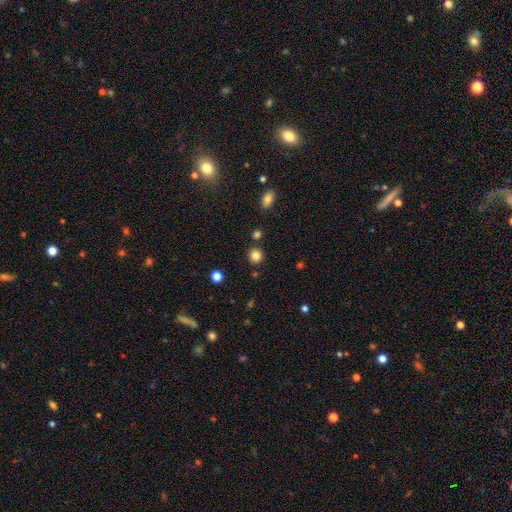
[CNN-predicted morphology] This appears to be a smooth galaxy with no disk features (84%) that is round (90%). Merging: none (86%).